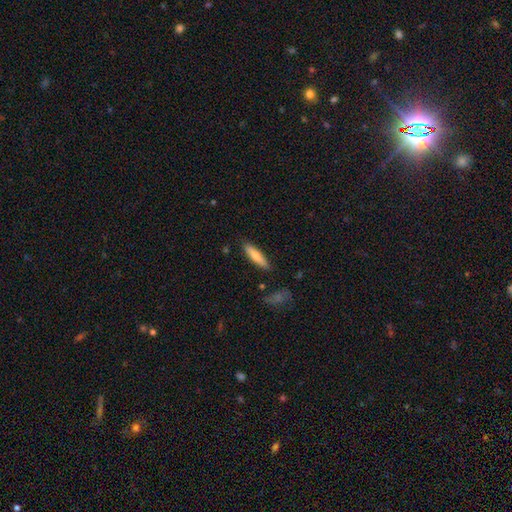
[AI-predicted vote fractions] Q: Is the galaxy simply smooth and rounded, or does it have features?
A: smooth — 72%.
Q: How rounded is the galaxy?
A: cigar-shaped — 73%.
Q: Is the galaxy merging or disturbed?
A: none — 86%.